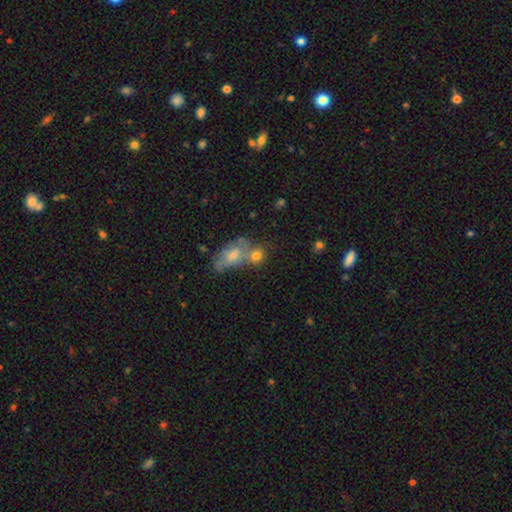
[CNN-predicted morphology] Q: Smooth or featured?
A: smooth (69%); runner-up: featured or disk (20%)
Q: How rounded?
A: round (55%); runner-up: in between (42%)
Q: Merging?
A: merger (47%); runner-up: none (34%)